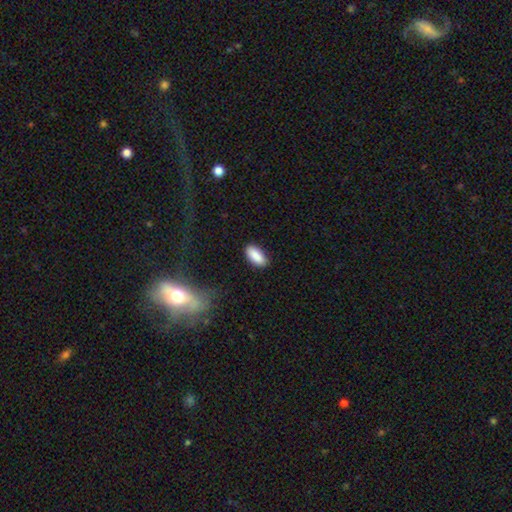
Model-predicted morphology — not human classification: Smooth or featured: smooth — 89% (star or artifact — 7%)
How rounded: in between — 91% (cigar-shaped — 7%)
Merging: none — 85% (minor disturbance — 11%)